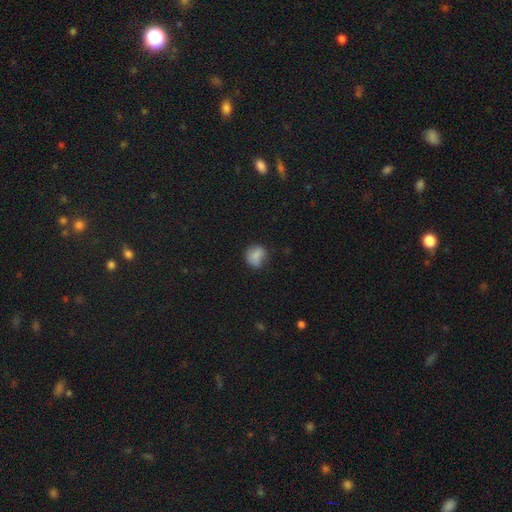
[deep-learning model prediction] A smooth galaxy with no disk features (78%) that is round (72%). Merging: none (63%).